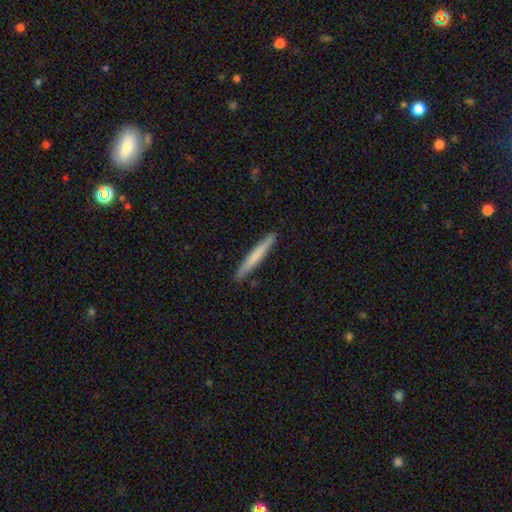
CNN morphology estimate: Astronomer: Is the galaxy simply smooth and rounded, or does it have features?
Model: smooth — 66%.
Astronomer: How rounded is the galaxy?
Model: cigar-shaped — 97%.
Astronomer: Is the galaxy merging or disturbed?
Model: none — 90%.